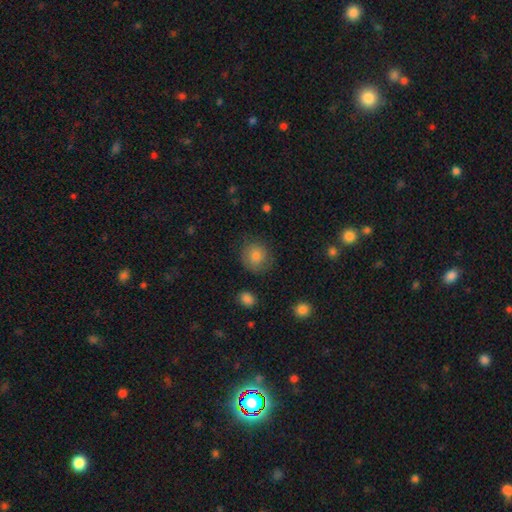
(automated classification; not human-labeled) Q: Smooth or featured?
A: smooth (78%); runner-up: featured or disk (11%)
Q: How rounded?
A: round (87%); runner-up: in between (13%)
Q: Merging?
A: none (81%); runner-up: minor disturbance (14%)